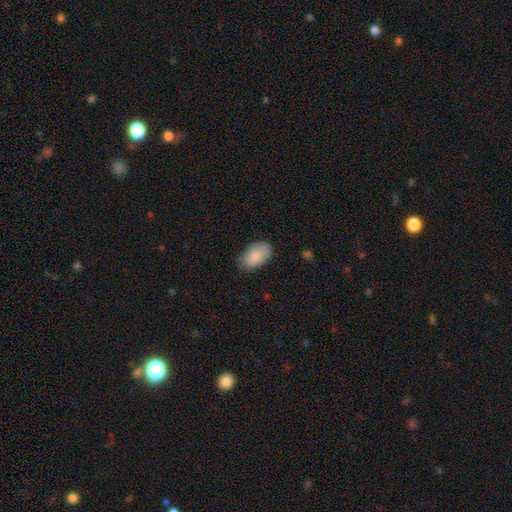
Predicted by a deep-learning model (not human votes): Smooth or featured? Predicted: smooth (p=0.85). How rounded? Predicted: in between (p=0.94). Merging? Predicted: none (p=0.75).